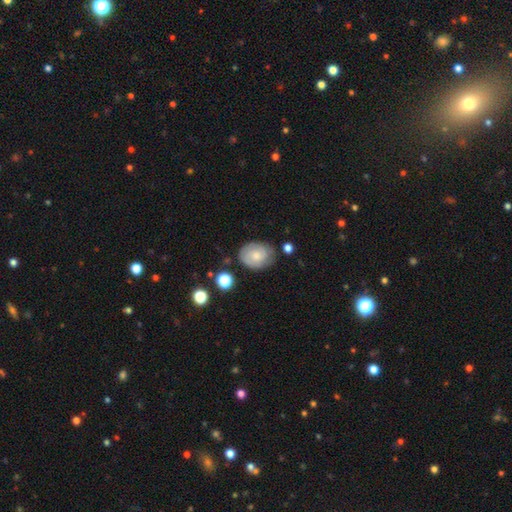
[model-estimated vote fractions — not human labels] smooth_or_featured: smooth (p=0.60) [alt: featured or disk p=0.32]
how_rounded: in between (p=0.55) [alt: round p=0.44]
merging: none (p=0.69) [alt: minor disturbance p=0.22]